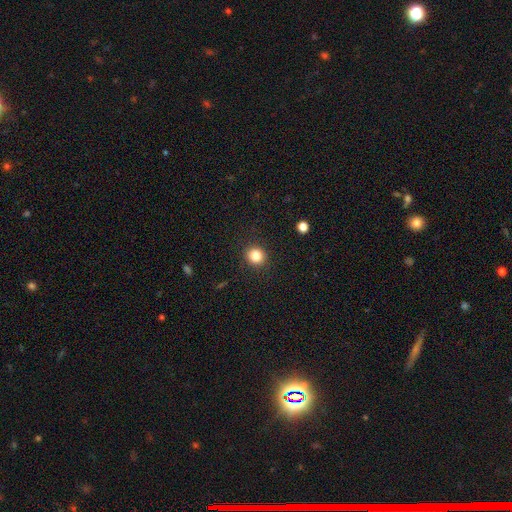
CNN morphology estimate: Q: Smooth or featured?
A: smooth (83%); runner-up: star or artifact (11%)
Q: How rounded?
A: round (86%); runner-up: in between (13%)
Q: Merging?
A: none (91%); runner-up: minor disturbance (6%)